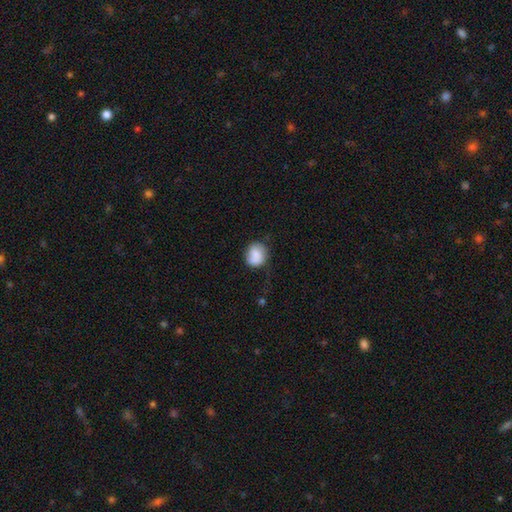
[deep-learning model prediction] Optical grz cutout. It shows a smooth galaxy with no disk features (83%) that is round (72%). Merging: none (58%).